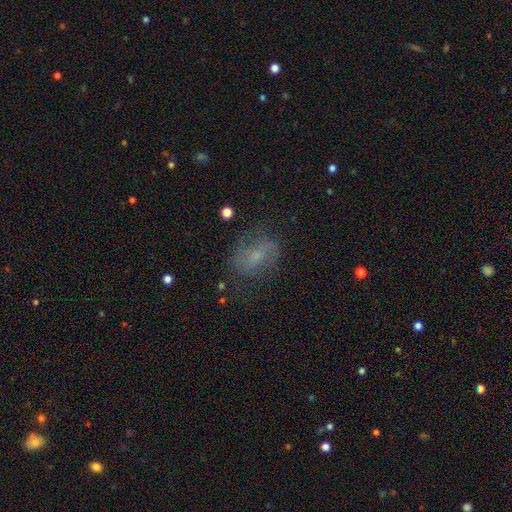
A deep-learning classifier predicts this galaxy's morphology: This is possibly a featured or disk galaxy (57%). It is clearly not viewed edge-on (96%). Bar: possibly weak (46%). Spiral arm pattern: clearly yes (80%). Central bulge: possibly small (53%). Merging: likely none (65%).